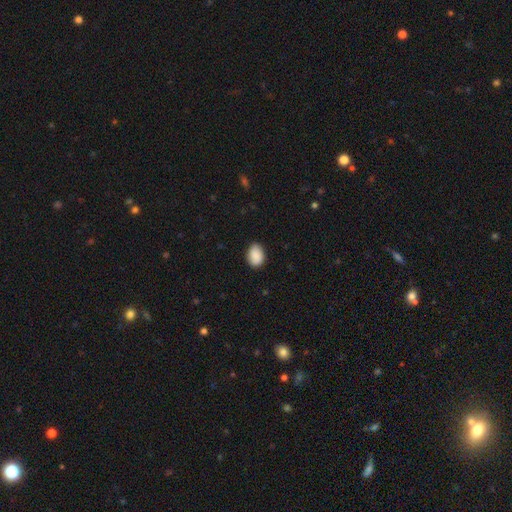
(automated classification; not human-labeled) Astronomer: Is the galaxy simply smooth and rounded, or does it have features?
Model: smooth — 88%.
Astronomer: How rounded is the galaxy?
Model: in between — 76%.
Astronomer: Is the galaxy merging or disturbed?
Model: none — 79%.